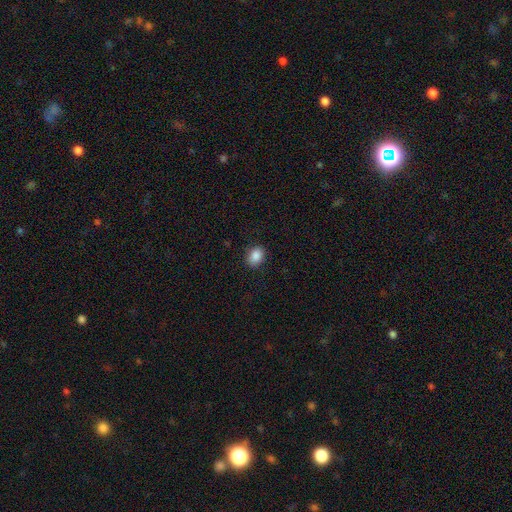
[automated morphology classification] A smooth galaxy with no disk features (88%) that is in between round and cigar-shaped (64%). Merging: none (88%).